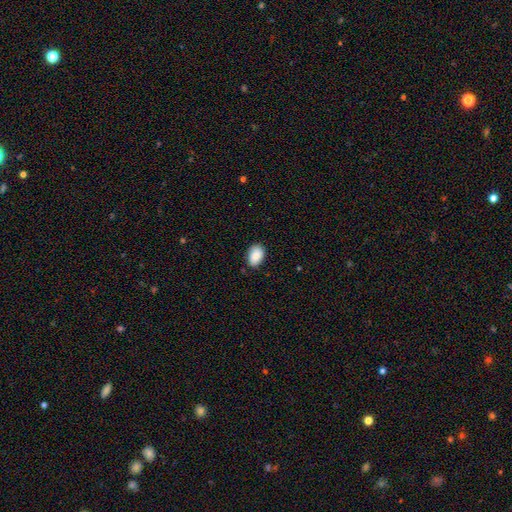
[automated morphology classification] This is clearly a smooth galaxy (87%). How rounded: clearly in between (86%). Merging: clearly none (82%).